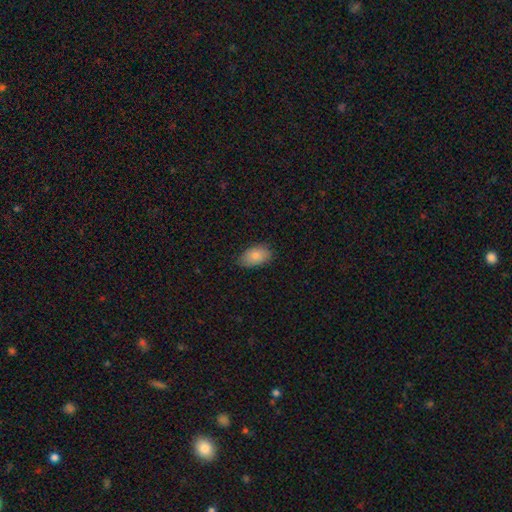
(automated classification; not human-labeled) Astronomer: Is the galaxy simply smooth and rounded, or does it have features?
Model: smooth — 86%.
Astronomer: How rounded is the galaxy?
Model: in between — 93%.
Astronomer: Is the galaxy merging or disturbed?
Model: none — 79%.